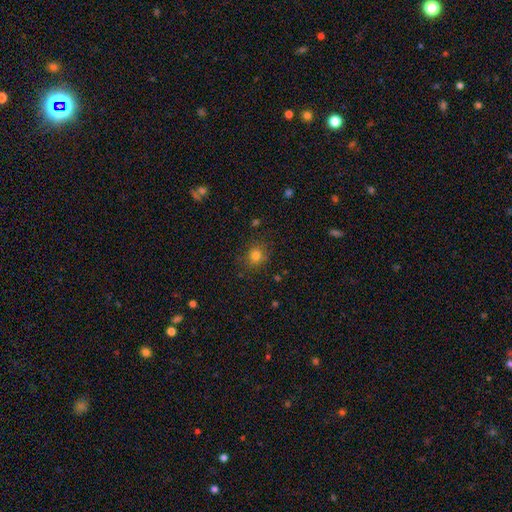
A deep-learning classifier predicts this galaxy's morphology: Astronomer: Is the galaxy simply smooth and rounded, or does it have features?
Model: smooth — 78%.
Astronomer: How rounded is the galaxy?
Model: round — 76%.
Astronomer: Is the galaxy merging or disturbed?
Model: none — 82%.